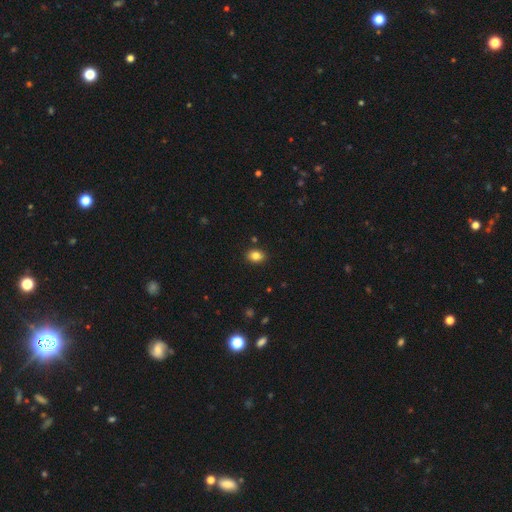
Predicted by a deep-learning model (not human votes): Smooth or featured? smooth (83%)
How rounded? in between (67%)
Merging? none (88%)